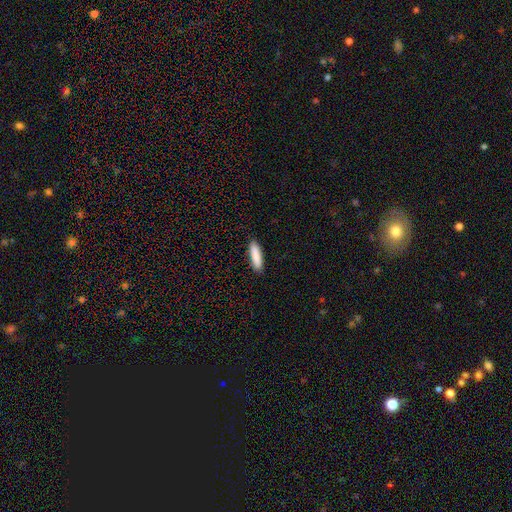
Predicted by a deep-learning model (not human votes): Q: Smooth or featured?
A: smooth (89%); runner-up: featured or disk (6%)
Q: How rounded?
A: cigar-shaped (70%); runner-up: in between (29%)
Q: Merging?
A: none (90%); runner-up: minor disturbance (7%)